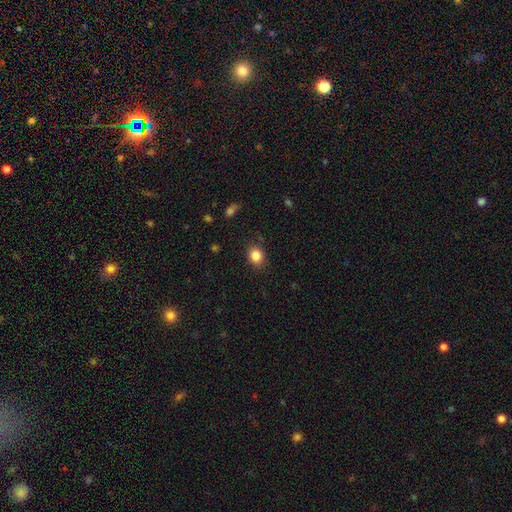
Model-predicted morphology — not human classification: The model was most divided on "how rounded": round: 58%, in between: 41%, cigar-shaped: 1%. More confident: smooth or featured — smooth (85%); merging — none (84%).